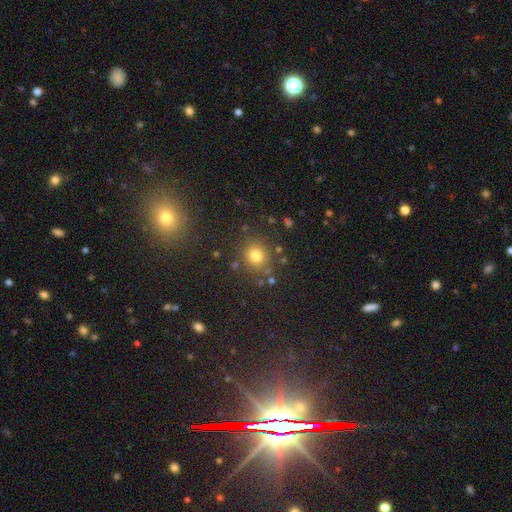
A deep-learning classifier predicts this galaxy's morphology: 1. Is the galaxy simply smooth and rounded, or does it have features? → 77% smooth, 17% star or artifact, 6% featured or disk.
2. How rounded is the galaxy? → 84% round, 14% in between, 1% cigar-shaped.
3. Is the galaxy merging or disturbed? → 82% none, 9% minor disturbance, 5% merger, 4% major disturbance.